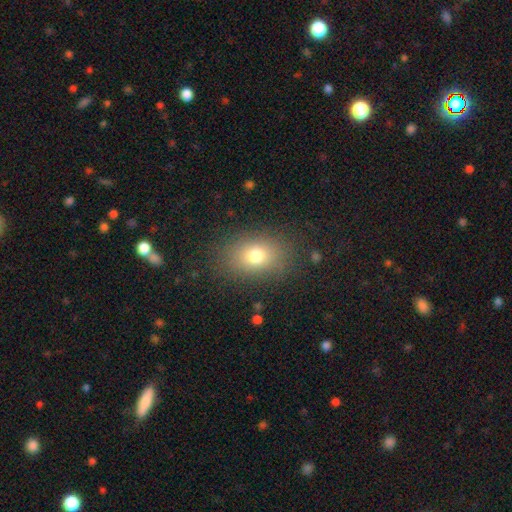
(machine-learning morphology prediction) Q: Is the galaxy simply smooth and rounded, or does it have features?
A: smooth — 76%.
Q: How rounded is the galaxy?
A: in between — 70%.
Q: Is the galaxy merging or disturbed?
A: none — 84%.